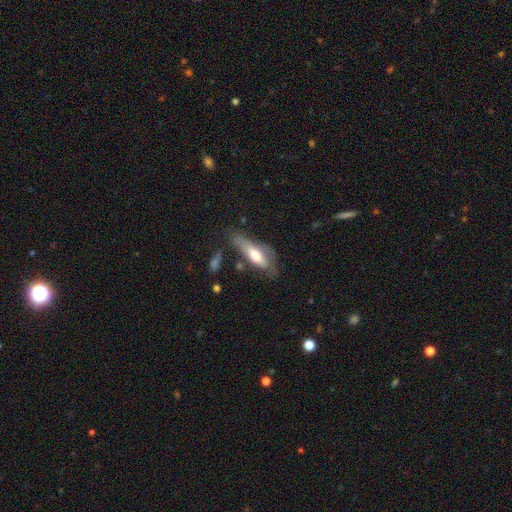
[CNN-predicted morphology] type=smooth (56%); roundness=cigar-shaped (50%); merging=none (43%).